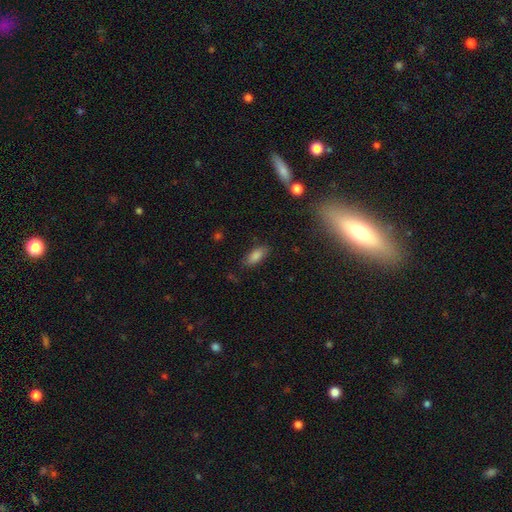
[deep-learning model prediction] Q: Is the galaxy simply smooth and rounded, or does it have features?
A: smooth — 82%.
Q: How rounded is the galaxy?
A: in between — 85%.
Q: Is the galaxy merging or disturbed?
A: none — 80%.